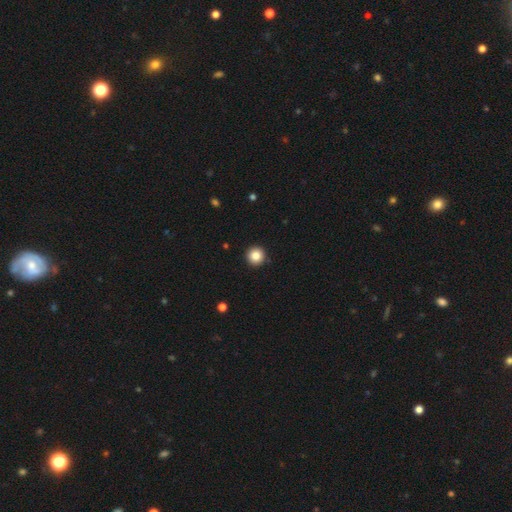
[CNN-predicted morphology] smooth_or_featured: smooth (p=0.85) [alt: star or artifact p=0.10]
how_rounded: round (p=0.96) [alt: in between p=0.03]
merging: none (p=0.93) [alt: minor disturbance p=0.05]